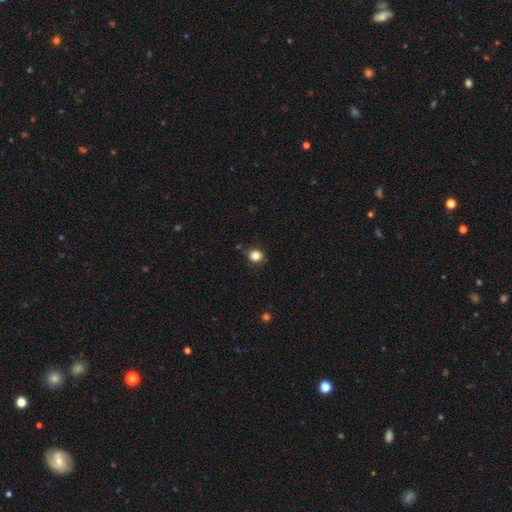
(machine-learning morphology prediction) The model was most divided on "smooth or featured": smooth: 83%, star or artifact: 12%, featured or disk: 5%. More confident: how rounded — round (86%); merging — none (84%).